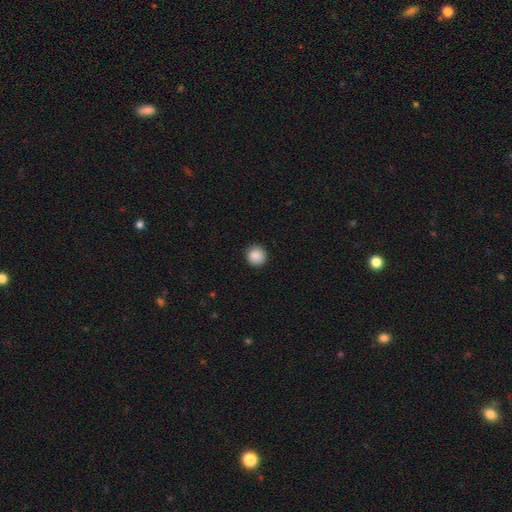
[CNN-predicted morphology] type=smooth (89%); roundness=round (93%); merging=none (91%).